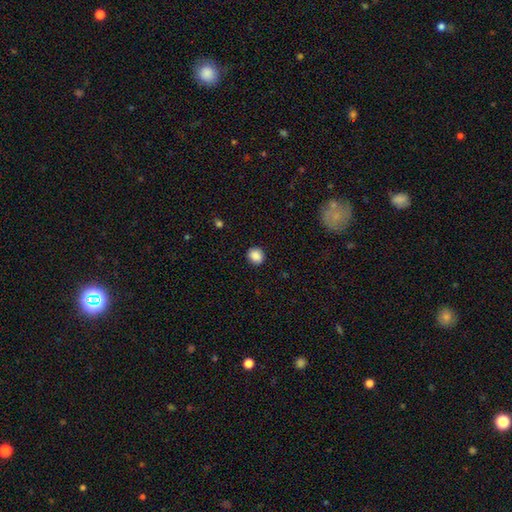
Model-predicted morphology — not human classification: type=smooth (88%); roundness=round (79%); merging=none (90%).